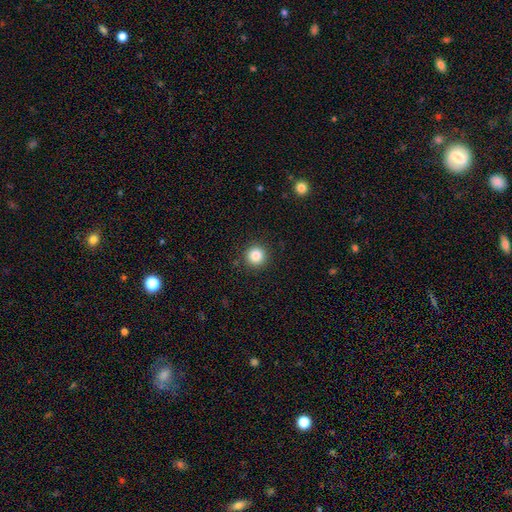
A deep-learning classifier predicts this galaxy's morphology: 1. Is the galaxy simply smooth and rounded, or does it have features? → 85% smooth, 11% star or artifact, 4% featured or disk.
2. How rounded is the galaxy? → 95% round, 4% in between, 1% cigar-shaped.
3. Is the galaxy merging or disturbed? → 91% none, 6% minor disturbance, 2% major disturbance, 1% merger.